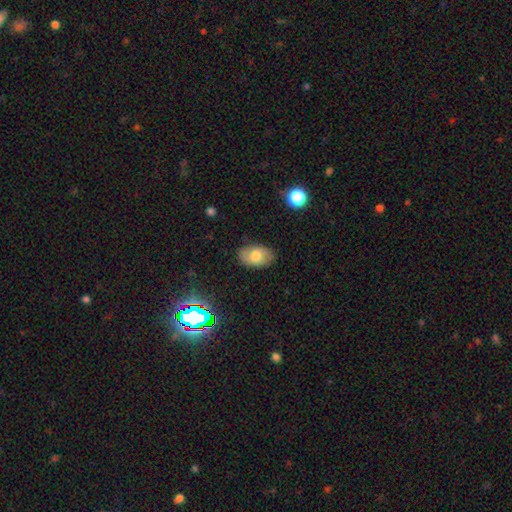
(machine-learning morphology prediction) Smooth or featured? Predicted: smooth (p=0.68). How rounded? Predicted: in between (p=0.90). Merging? Predicted: none (p=0.82).